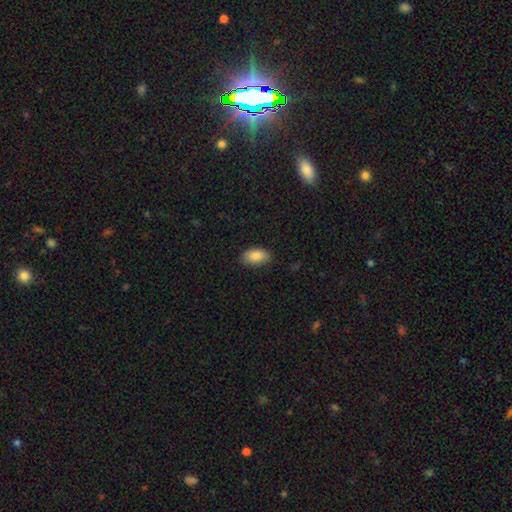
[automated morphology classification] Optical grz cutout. It shows a smooth galaxy with no disk features (87%) that is in between round and cigar-shaped (94%). Merging: none (85%).